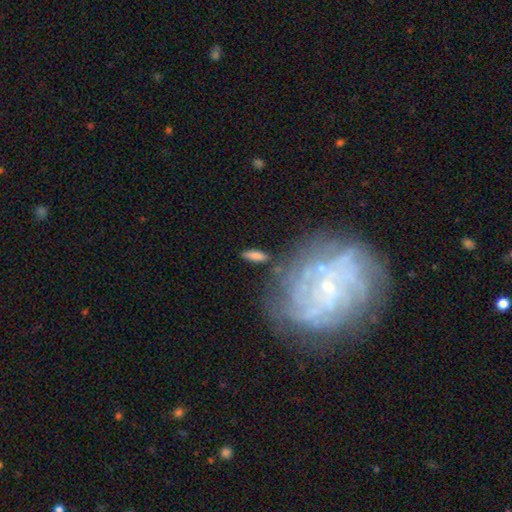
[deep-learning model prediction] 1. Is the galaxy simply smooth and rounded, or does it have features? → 79% smooth, 14% featured or disk, 7% star or artifact.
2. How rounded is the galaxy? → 60% in between, 38% cigar-shaped, 3% round.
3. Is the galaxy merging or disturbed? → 78% none, 12% minor disturbance, 5% merger, 4% major disturbance.